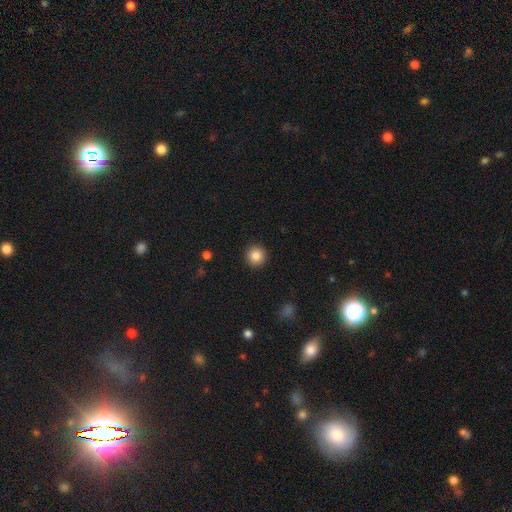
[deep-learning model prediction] Smooth or featured? smooth (86%)
How rounded? round (95%)
Merging? none (92%)